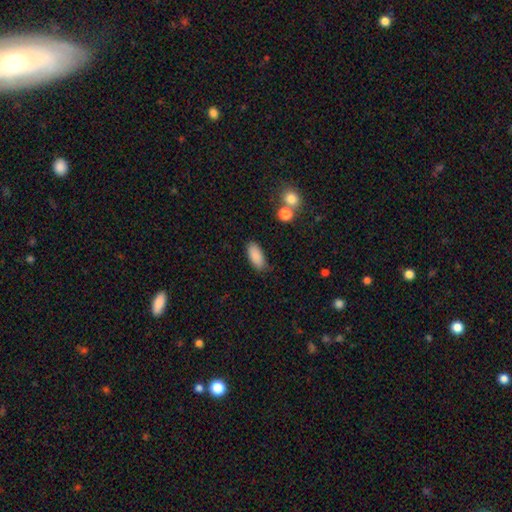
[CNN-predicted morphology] This is clearly a smooth galaxy (88%). How rounded: clearly in between (85%). Merging: clearly none (83%).